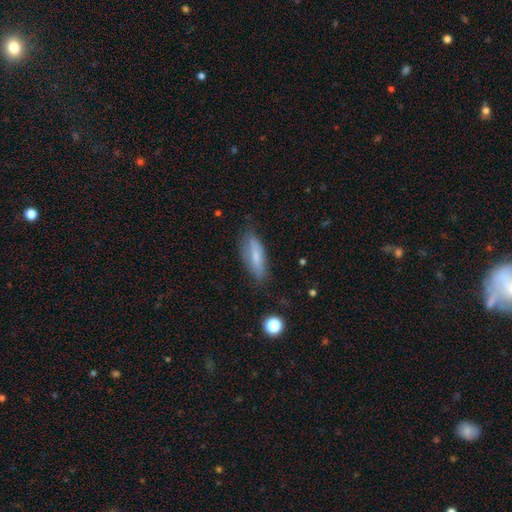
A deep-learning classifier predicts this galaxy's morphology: smooth 66%, featured or disk 26%, star or artifact 7%. Down the decision tree: how rounded — in between (52%); merging — none (74%).